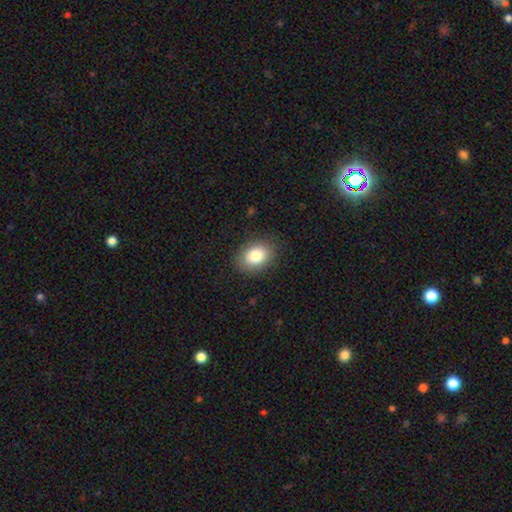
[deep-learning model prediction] This is clearly a smooth galaxy (81%). How rounded: likely in between (66%). Merging: clearly none (86%).